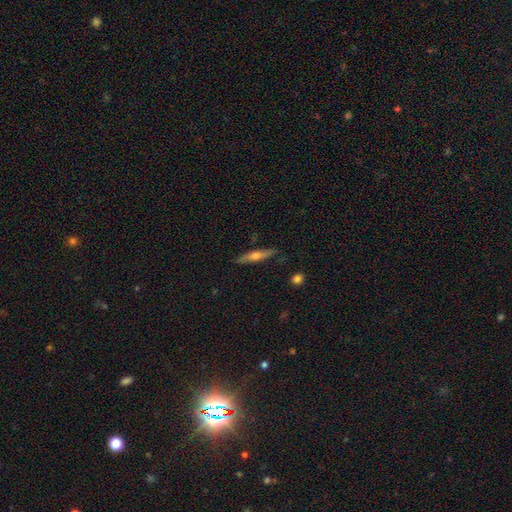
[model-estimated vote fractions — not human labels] smooth-or-featured: featured or disk: 50% | smooth: 44% | star or artifact: 6%
  disk-edge-on: yes: 92% | no: 8%
  merging: none: 86% | minor disturbance: 10% | major disturbance: 2% | merger: 2%